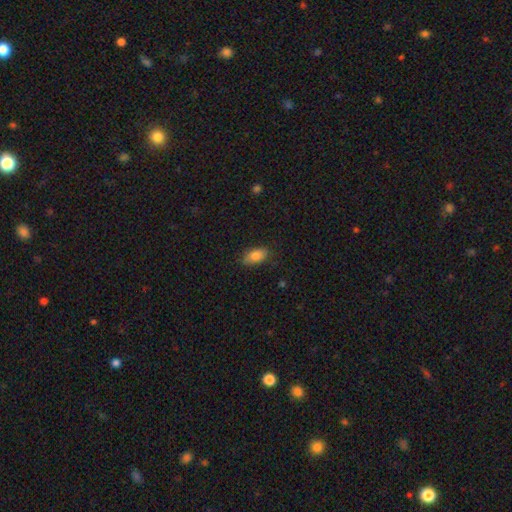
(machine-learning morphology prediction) Smooth or featured? smooth (83%)
How rounded? in between (90%)
Merging? none (82%)